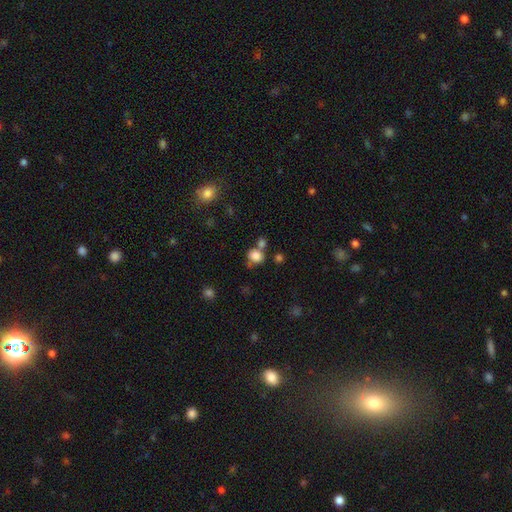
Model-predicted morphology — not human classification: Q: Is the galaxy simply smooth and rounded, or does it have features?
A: smooth — 82%.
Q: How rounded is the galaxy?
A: round — 66%.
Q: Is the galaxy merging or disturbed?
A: none — 52%.